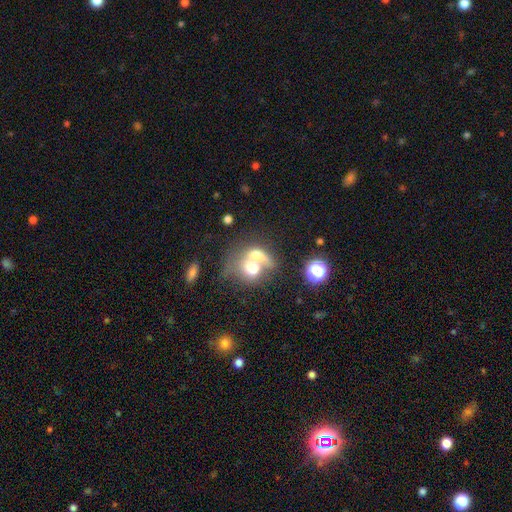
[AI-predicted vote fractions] Smooth or featured? smooth (61%)
How rounded? round (53%)
Merging? merger (73%)